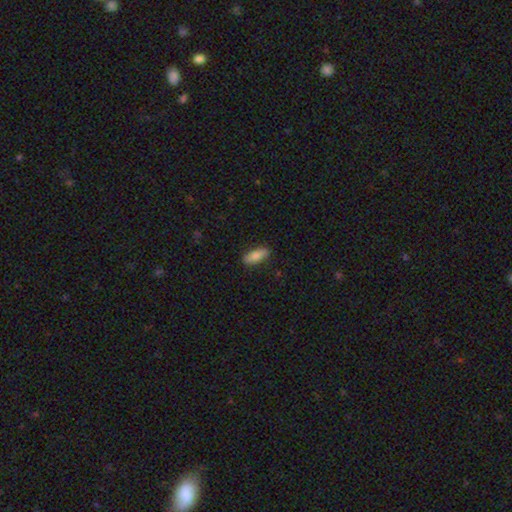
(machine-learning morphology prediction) This is likely a smooth galaxy (79%). How rounded: likely in between (71%). Merging: clearly none (87%).